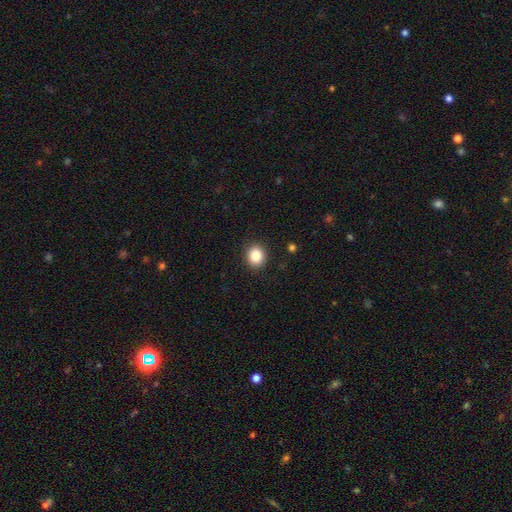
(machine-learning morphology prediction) This is clearly a smooth galaxy (85%). How rounded: likely round (77%). Merging: clearly none (91%).